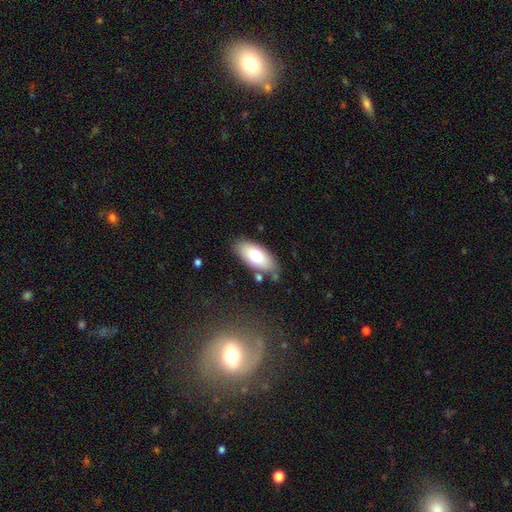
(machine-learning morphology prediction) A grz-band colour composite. It shows a smooth galaxy with no disk features (76%) that is in between round and cigar-shaped (90%). Merging: none (80%).